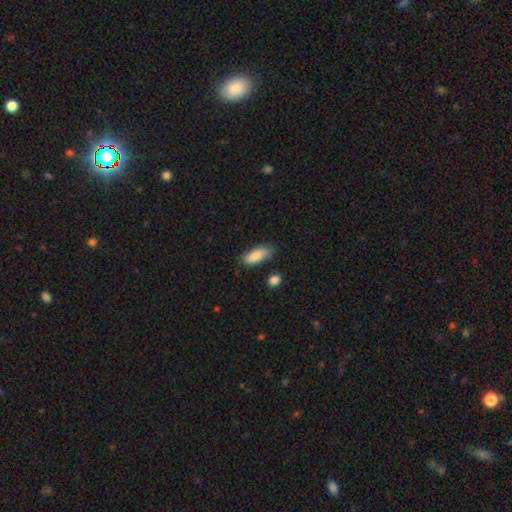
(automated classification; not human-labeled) A smooth galaxy with no disk features (84%) that is in between round and cigar-shaped (78%). Merging: none (74%).